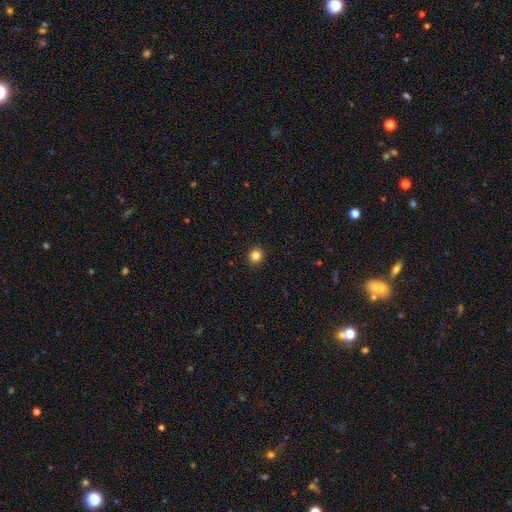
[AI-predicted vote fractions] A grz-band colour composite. It shows a smooth galaxy with no disk features (84%) that is round (84%). Merging: none (92%).